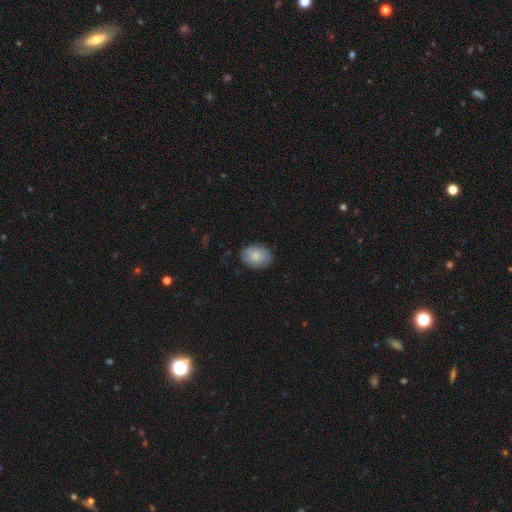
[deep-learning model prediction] A smooth galaxy with no disk features (75%) that is in between round and cigar-shaped (67%). Merging: none (81%).